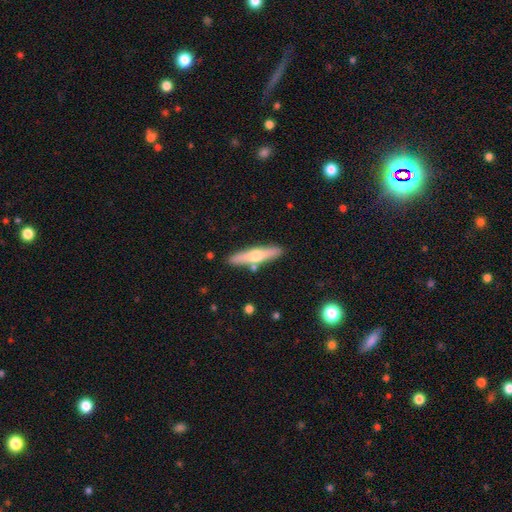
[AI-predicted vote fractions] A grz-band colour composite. It shows a smooth galaxy with no disk features (48%). Merging: none (84%).